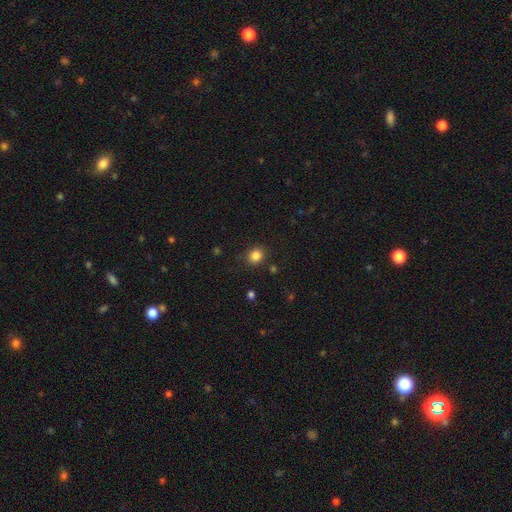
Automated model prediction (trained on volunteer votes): This appears to be a smooth galaxy with no disk features (84%) that is round (72%). Merging: none (85%).